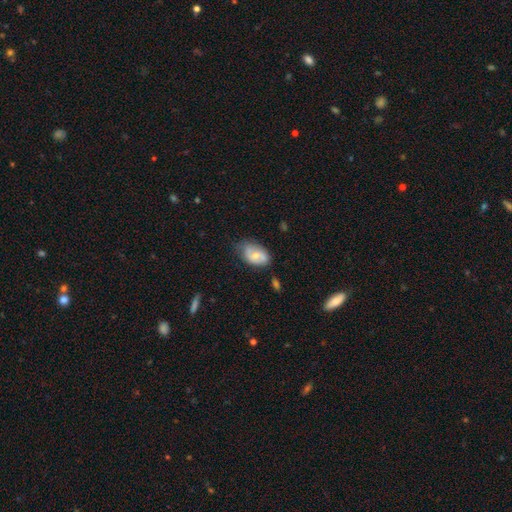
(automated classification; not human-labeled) Morphology: type=smooth (57%); roundness=in between (87%); merging=none (54%).